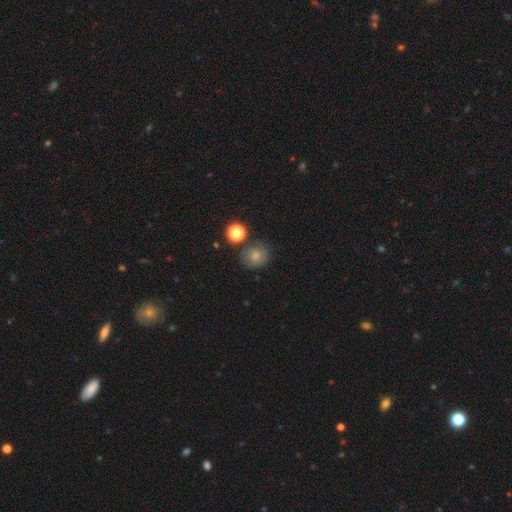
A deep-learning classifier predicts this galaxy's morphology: Smooth or featured? smooth (75%)
How rounded? round (85%)
Merging? none (70%)